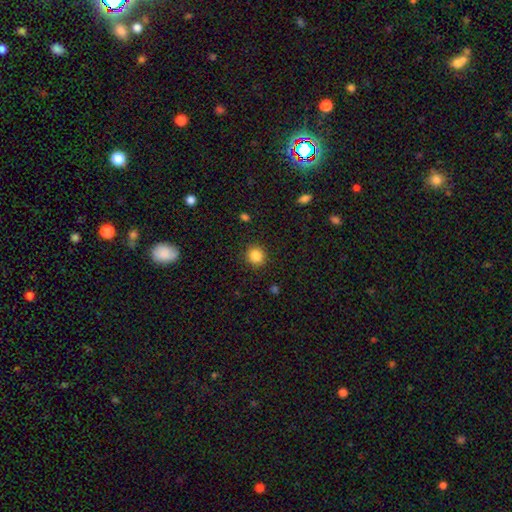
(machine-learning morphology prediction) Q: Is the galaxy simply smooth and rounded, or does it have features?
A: smooth — 85%.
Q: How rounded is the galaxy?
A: round — 92%.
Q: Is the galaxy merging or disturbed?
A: none — 91%.